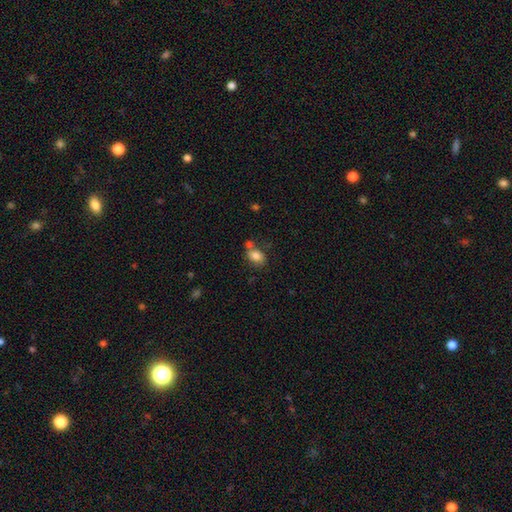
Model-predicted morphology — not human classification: Q: Smooth or featured?
A: smooth (81%); runner-up: featured or disk (10%)
Q: How rounded?
A: in between (76%); runner-up: round (22%)
Q: Merging?
A: none (59%); runner-up: merger (21%)